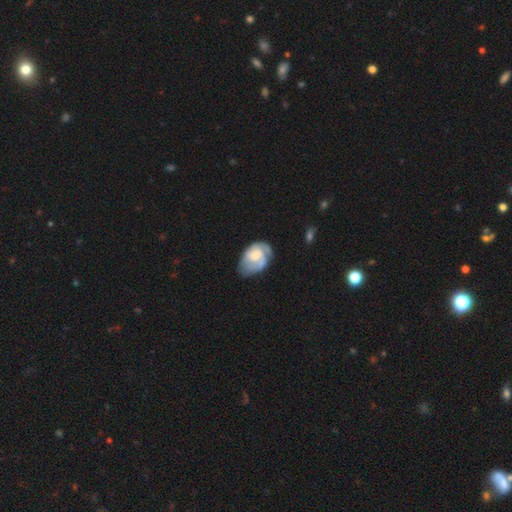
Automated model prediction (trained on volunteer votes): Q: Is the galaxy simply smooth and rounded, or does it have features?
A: featured or disk — 68%.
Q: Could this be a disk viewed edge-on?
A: no — 97%.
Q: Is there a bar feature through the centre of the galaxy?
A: no — 66%.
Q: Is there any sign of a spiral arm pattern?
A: yes — 87%.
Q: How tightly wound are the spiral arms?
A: tight — 52%.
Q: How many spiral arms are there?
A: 2 — 45%.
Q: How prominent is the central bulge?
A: moderate — 46%.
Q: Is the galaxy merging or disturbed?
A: none — 50%.